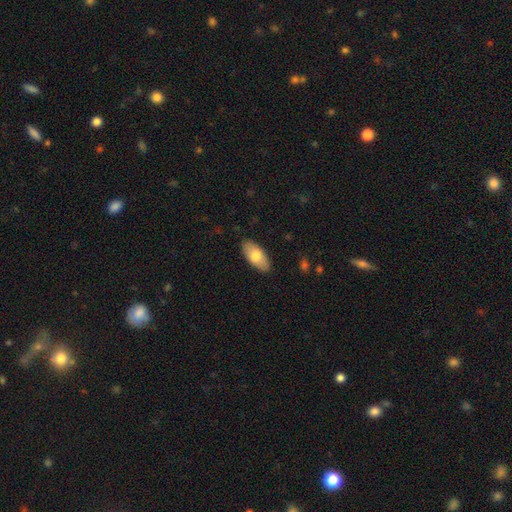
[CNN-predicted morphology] Smooth or featured? smooth (75%)
How rounded? in between (91%)
Merging? none (88%)